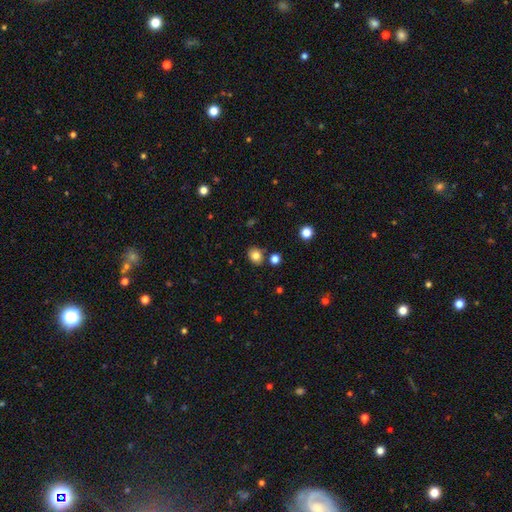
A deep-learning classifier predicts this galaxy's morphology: smooth 81%, star or artifact 12%, featured or disk 7%. Down the decision tree: how rounded — round (55%); merging — none (82%).